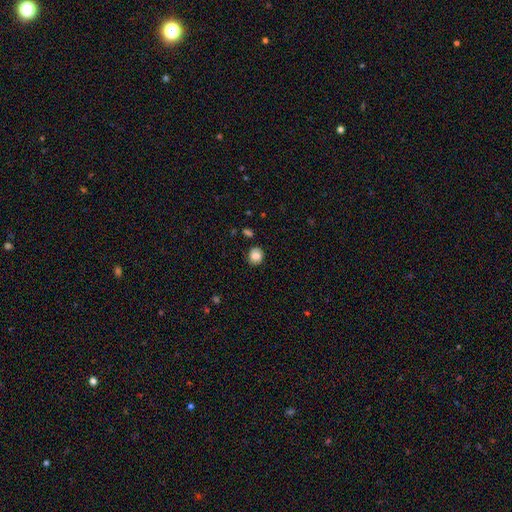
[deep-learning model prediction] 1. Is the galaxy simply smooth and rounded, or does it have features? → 85% smooth, 9% star or artifact, 6% featured or disk.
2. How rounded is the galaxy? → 75% round, 24% in between, 1% cigar-shaped.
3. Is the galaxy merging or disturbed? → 85% none, 11% minor disturbance, 2% major disturbance, 2% merger.